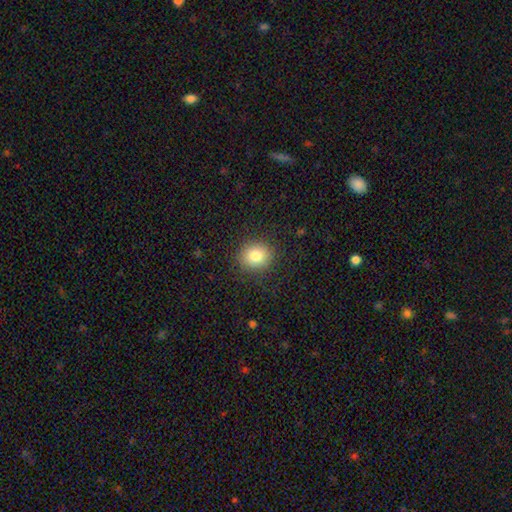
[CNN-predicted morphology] smooth 82%, star or artifact 10%, featured or disk 8%. Down the decision tree: how rounded — round (78%); merging — none (87%).